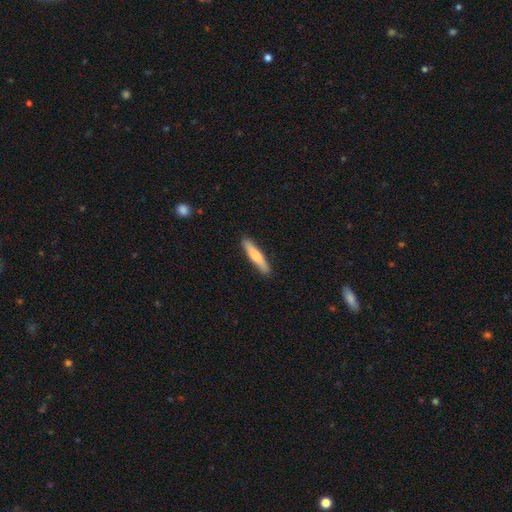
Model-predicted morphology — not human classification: A smooth galaxy with no disk features (65%) that is cigar-shaped (88%). Merging: none (90%).